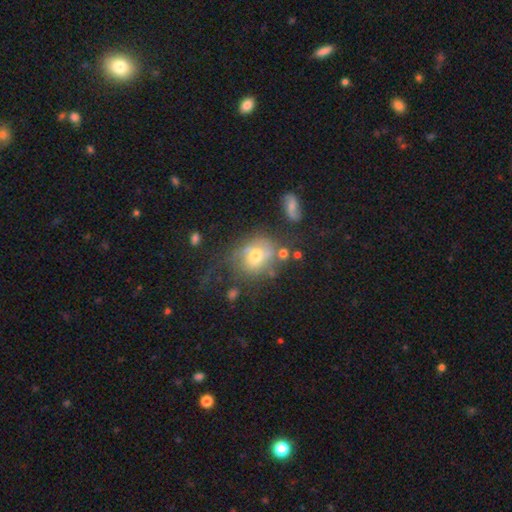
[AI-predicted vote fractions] Morphology: type=smooth (45%); merging=none (42%).